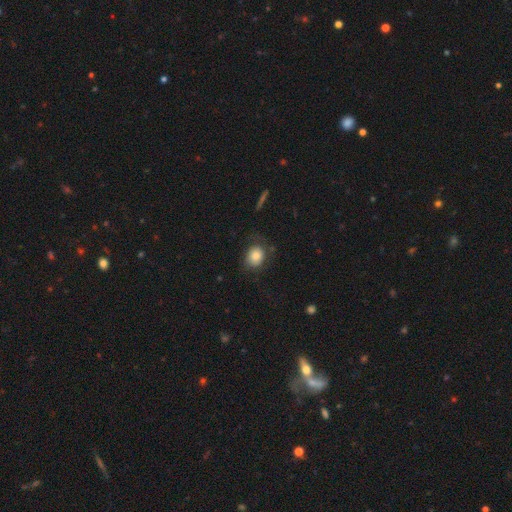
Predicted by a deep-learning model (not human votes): This is likely a smooth galaxy (79%). How rounded: possibly round (58%). Merging: likely none (66%).